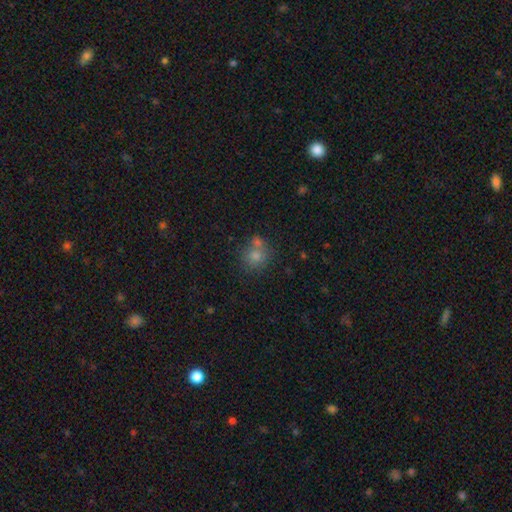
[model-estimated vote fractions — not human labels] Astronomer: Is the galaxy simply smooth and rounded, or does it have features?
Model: smooth — 70%.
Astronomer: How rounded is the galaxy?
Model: round — 85%.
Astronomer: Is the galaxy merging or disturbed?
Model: none — 58%.